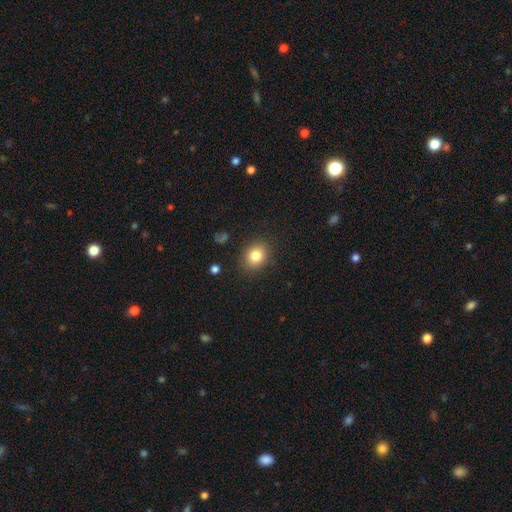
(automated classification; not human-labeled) Smooth or featured: smooth — 82% (star or artifact — 10%)
How rounded: round — 53% (in between — 46%)
Merging: none — 86% (minor disturbance — 9%)